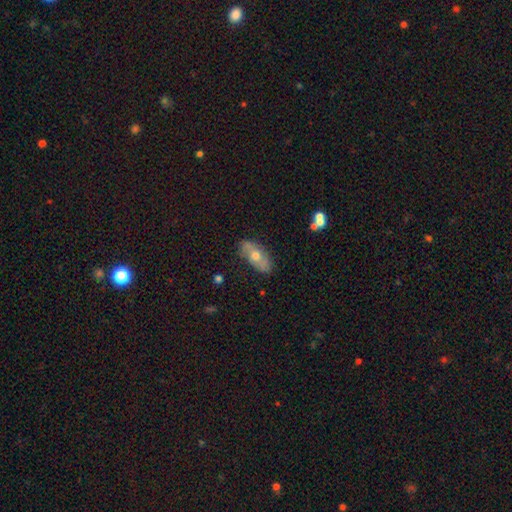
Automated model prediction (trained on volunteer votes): Smooth or featured?
  - smooth: 48% *
  - featured or disk: 45%
  - star or artifact: 7%
Merging?
  - none: 79% *
  - minor disturbance: 16%
  - major disturbance: 4%
  - merger: 2%